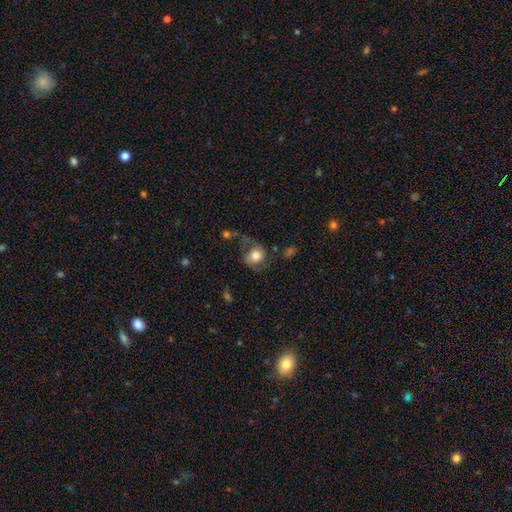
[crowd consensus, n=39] Smooth or featured: smooth — 72% (featured or disk — 26%)
How rounded: in between — 50% (round — 46%)
Merging: major disturbance — 39% (none — 34%)